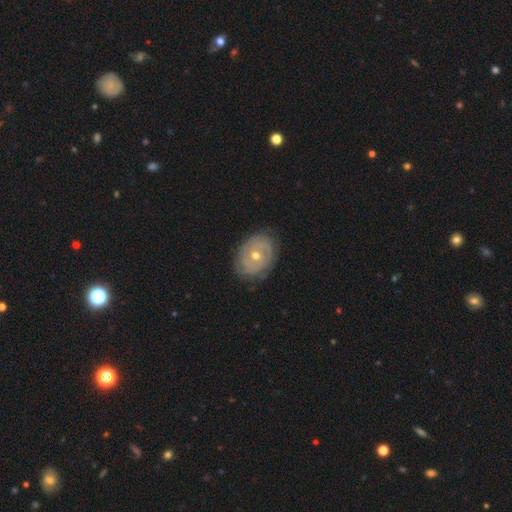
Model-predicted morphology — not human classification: Smooth or featured: featured or disk — 74% (smooth — 19%)
Edge-on disk: no — 96% (yes — 4%)
Bar: no — 78% (weak — 17%)
Spiral arms: yes — 78% (no — 22%)
Spiral winding: tight — 74% (medium — 19%)
Spiral arm count: can't tell — 44% (2 — 31%)
Bulge size: moderate — 55% (small — 43%)
Merging: none — 79% (minor disturbance — 16%)